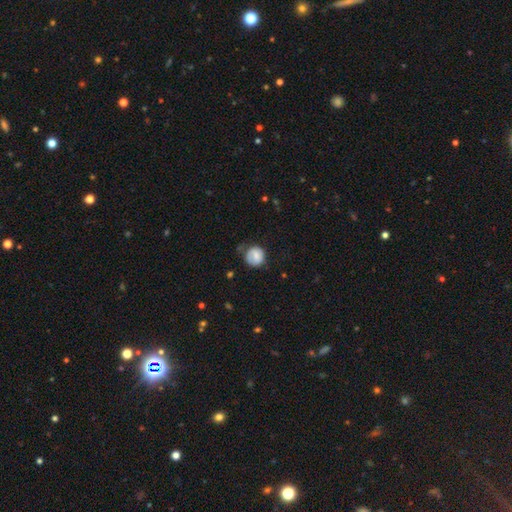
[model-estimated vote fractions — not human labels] This is likely a smooth galaxy (71%). How rounded: clearly round (86%). Merging: possibly none (59%).